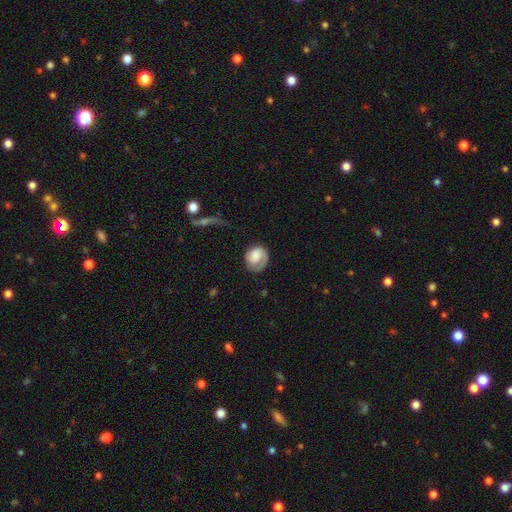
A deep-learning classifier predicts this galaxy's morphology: A smooth galaxy with no disk features (52%) that is round (61%). Merging: none (53%).